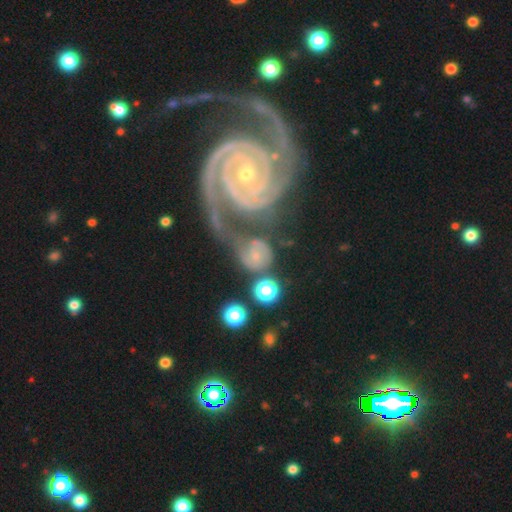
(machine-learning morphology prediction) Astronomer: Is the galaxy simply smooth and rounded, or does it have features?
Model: featured or disk — 46% (runner-up: smooth, 42%).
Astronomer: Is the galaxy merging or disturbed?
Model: none — 42% (runner-up: merger, 28%).